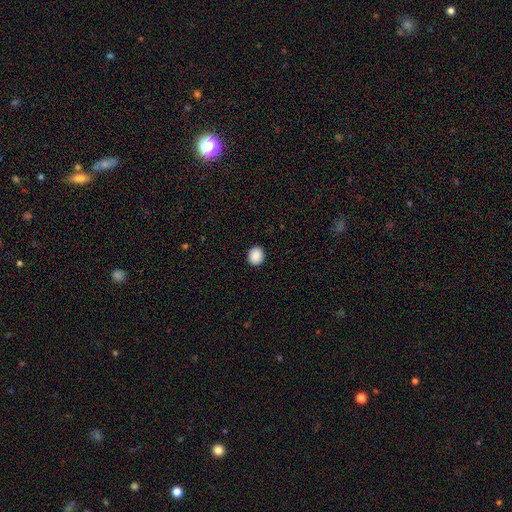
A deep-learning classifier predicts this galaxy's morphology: Q: Smooth or featured?
A: smooth (89%); runner-up: star or artifact (8%)
Q: How rounded?
A: round (75%); runner-up: in between (24%)
Q: Merging?
A: none (92%); runner-up: minor disturbance (5%)